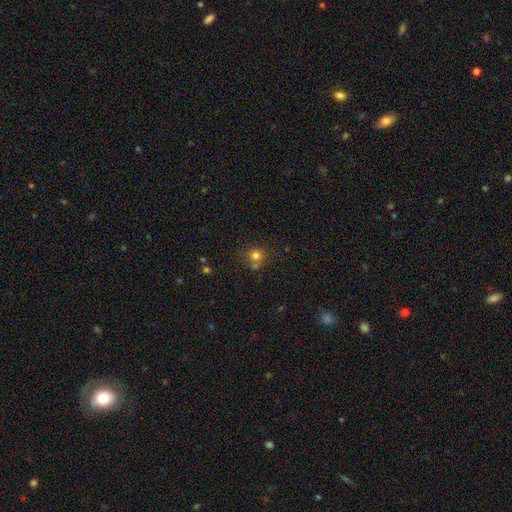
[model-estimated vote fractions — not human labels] Q: Smooth or featured?
A: smooth (76%); runner-up: star or artifact (15%)
Q: How rounded?
A: round (83%); runner-up: in between (16%)
Q: Merging?
A: none (60%); runner-up: merger (21%)